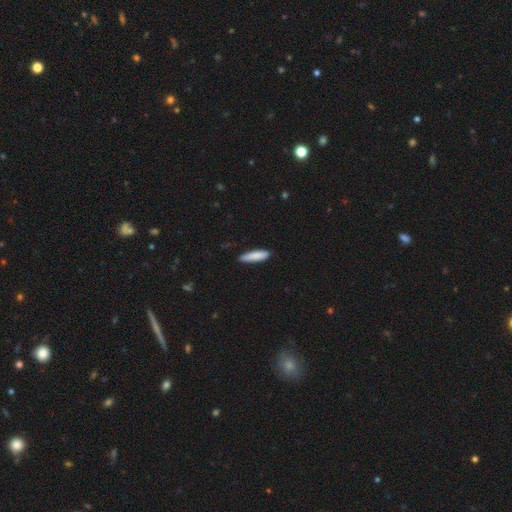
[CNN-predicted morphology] type=smooth (86%); roundness=cigar-shaped (73%); merging=none (85%).